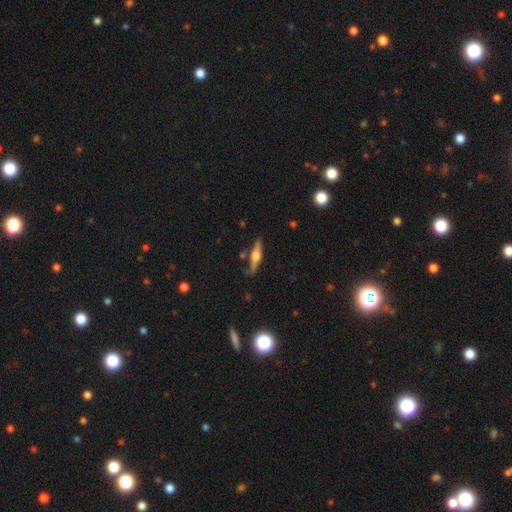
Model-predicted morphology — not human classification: smooth_or_featured: featured or disk (p=0.71) [alt: smooth p=0.23]
disk_edge_on: yes (p=0.96) [alt: no p=0.04]
edge_on_bulge: rounded (p=0.91) [alt: boxy p=0.07]
merging: none (p=0.79) [alt: minor disturbance p=0.14]